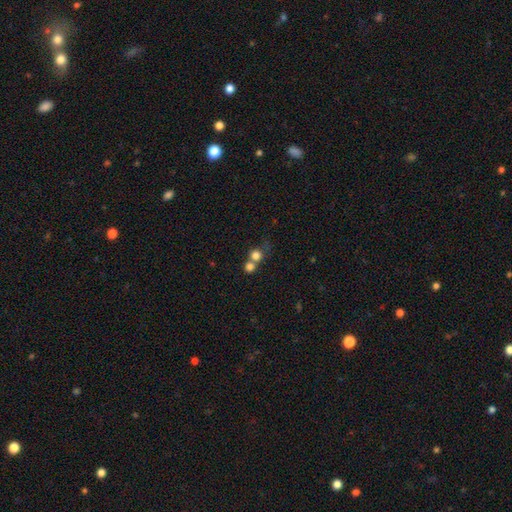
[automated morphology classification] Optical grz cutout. It shows a smooth galaxy with no disk features (77%) that is round (88%). Merging: merger (49%).